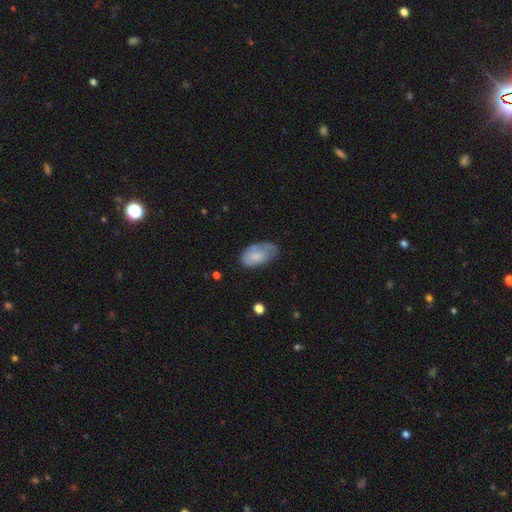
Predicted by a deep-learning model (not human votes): smooth_or_featured: smooth (p=0.70) [alt: featured or disk p=0.24]
how_rounded: in between (p=0.93) [alt: round p=0.05]
merging: none (p=0.52) [alt: minor disturbance p=0.33]